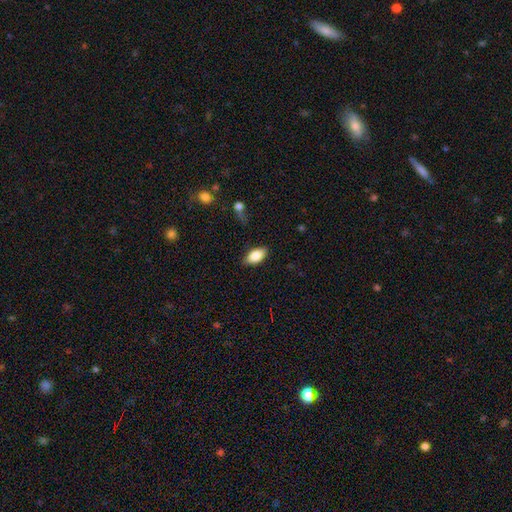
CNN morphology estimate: This is clearly a smooth galaxy (83%). How rounded: clearly in between (91%). Merging: clearly none (83%).